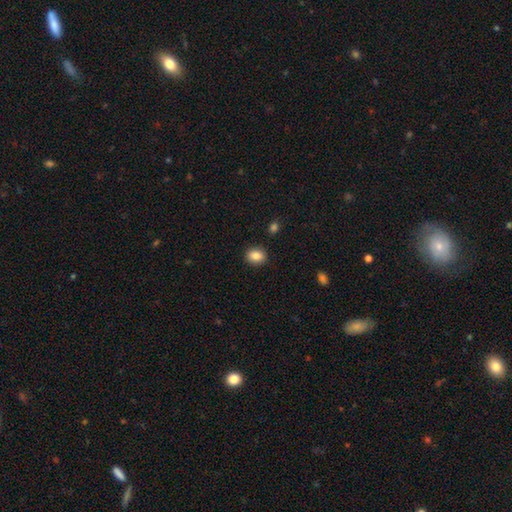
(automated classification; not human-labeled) Morphology: type=smooth (86%); roundness=round (52%); merging=none (89%).